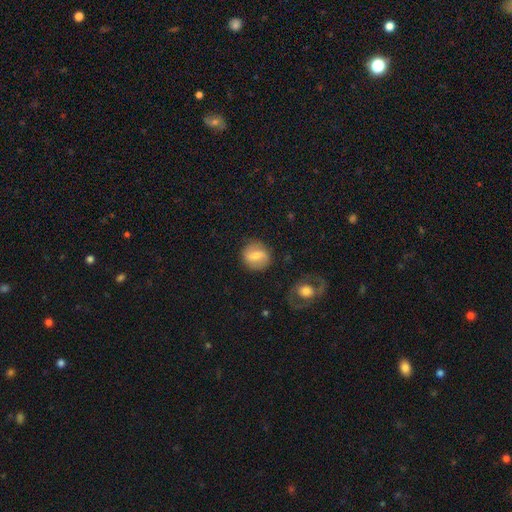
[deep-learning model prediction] A smooth galaxy with no disk features (53%) that is round (77%). Merging: none (82%).